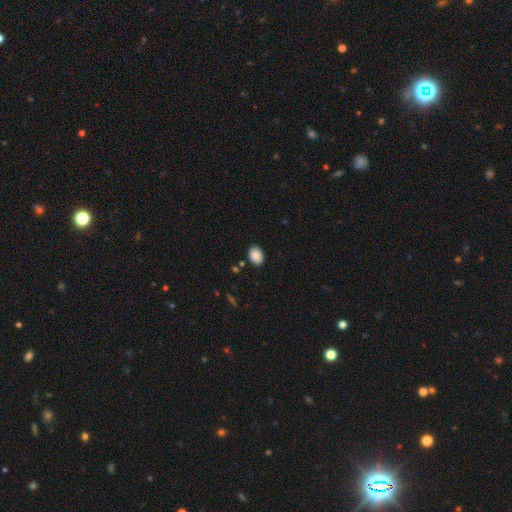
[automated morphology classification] Smooth or featured?
  - smooth: 89% *
  - star or artifact: 8%
  - featured or disk: 3%
How rounded?
  - in between: 78% *
  - round: 21%
  - cigar-shaped: 1%
Merging?
  - none: 87% *
  - minor disturbance: 10%
  - major disturbance: 2%
  - merger: 2%